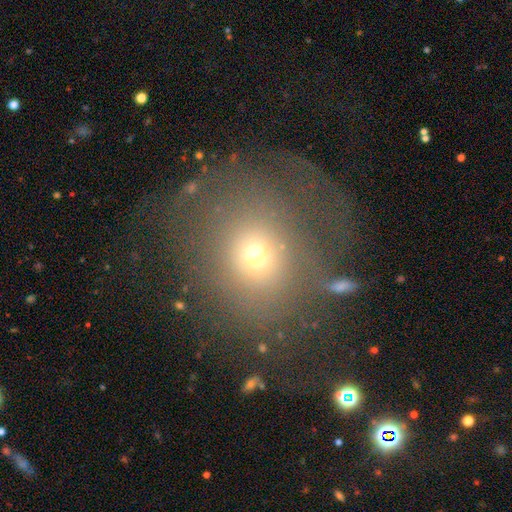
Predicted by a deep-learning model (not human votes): Morphology: type=smooth (62%); roundness=round (67%); merging=none (56%).